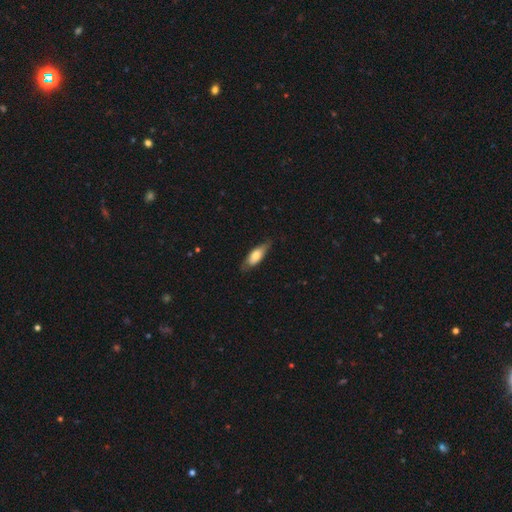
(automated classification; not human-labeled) Smooth or featured? Predicted: smooth (p=0.67). How rounded? Predicted: in between (p=0.65). Merging? Predicted: none (p=0.71).